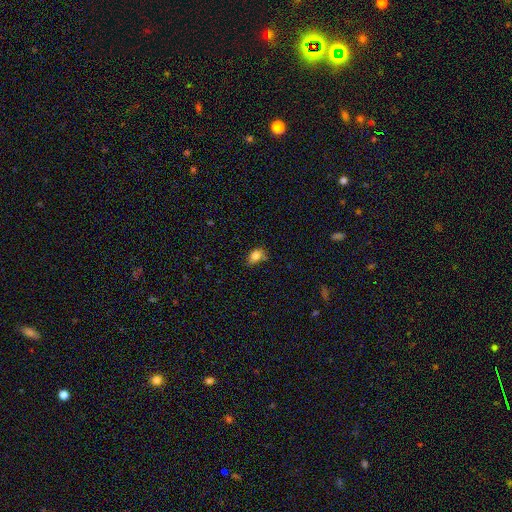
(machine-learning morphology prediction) This is clearly a smooth galaxy (83%). How rounded: likely in between (79%). Merging: likely none (67%).